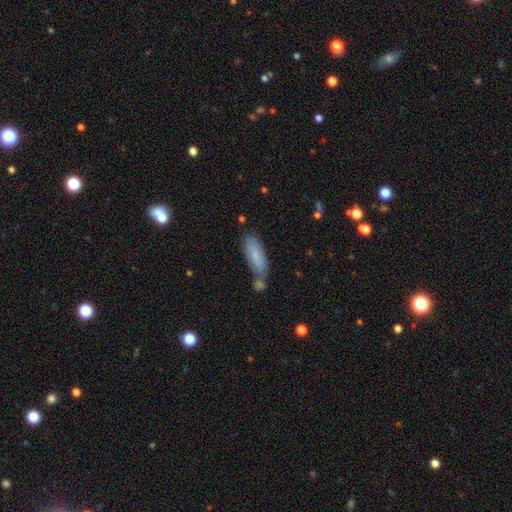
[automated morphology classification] Smooth or featured? Predicted: smooth (p=0.73). How rounded? Predicted: in between (p=0.56). Merging? Predicted: none (p=0.55).